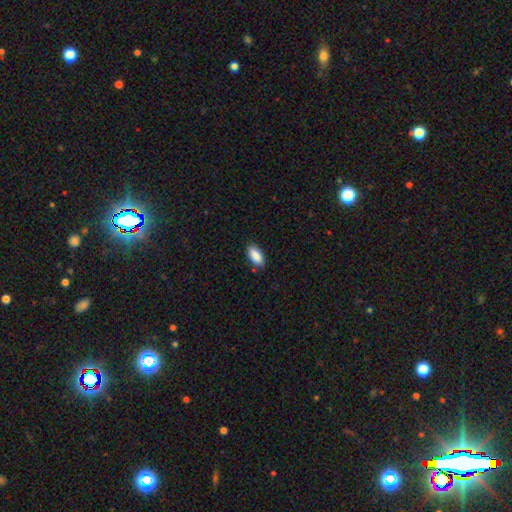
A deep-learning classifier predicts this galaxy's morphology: Q: Smooth or featured?
A: smooth (90%); runner-up: star or artifact (6%)
Q: How rounded?
A: in between (92%); runner-up: cigar-shaped (6%)
Q: Merging?
A: none (86%); runner-up: minor disturbance (11%)